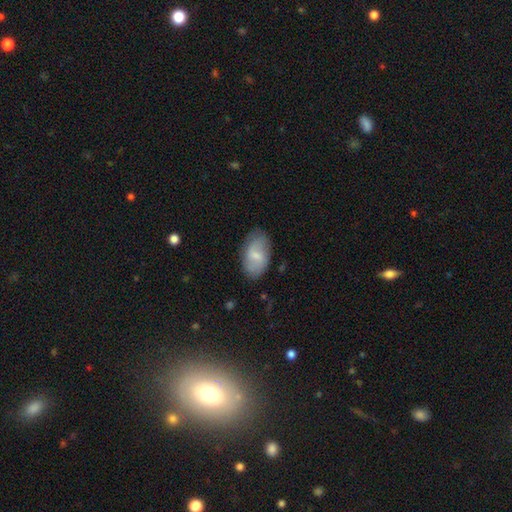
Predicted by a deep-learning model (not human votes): smooth-or-featured: smooth: 60% | featured or disk: 33% | star or artifact: 7%
  how-rounded: in between: 93% | round: 5% | cigar-shaped: 2%
  merging: none: 78% | minor disturbance: 17% | major disturbance: 4% | merger: 1%